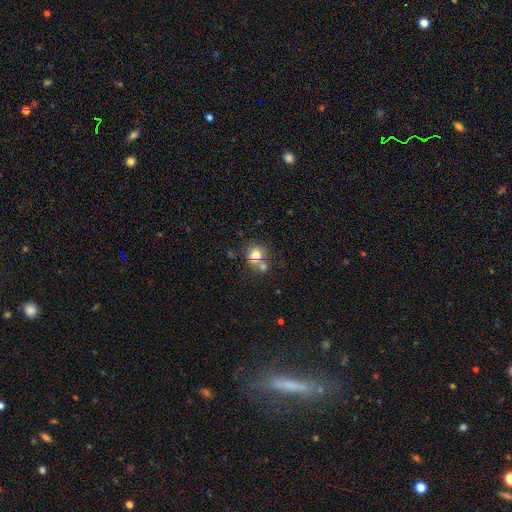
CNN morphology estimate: Overall: smooth (75%). How rounded: round (77%). Merging: none (47%; merger 38%).